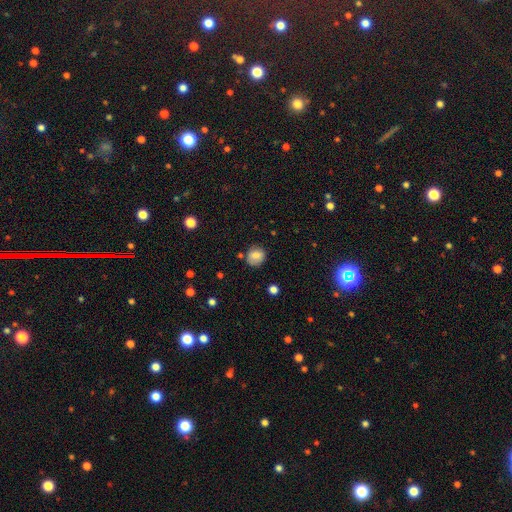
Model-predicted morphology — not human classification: The model was most divided on "how rounded": round: 76%, in between: 23%, cigar-shaped: 1%. More confident: smooth or featured — smooth (79%); merging — none (76%).